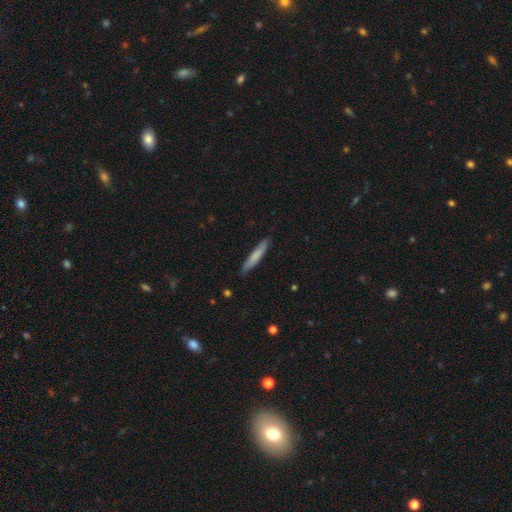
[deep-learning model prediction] A smooth galaxy with no disk features (73%) that is cigar-shaped (92%).

Vote fractions:
- Smooth or featured? smooth: 73% / featured or disk: 22% / star or artifact: 5%
- How rounded? cigar-shaped: 92% / in between: 7% / round: 1%
- Merging? none: 86% / minor disturbance: 11% / major disturbance: 2% / merger: 1%